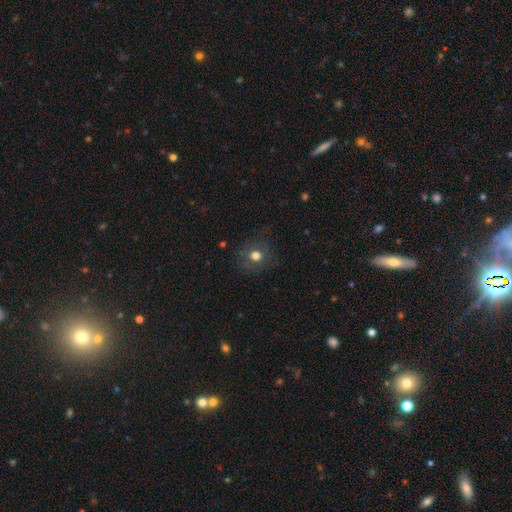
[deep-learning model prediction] Smooth or featured? smooth (69%)
How rounded? round (86%)
Merging? none (78%)